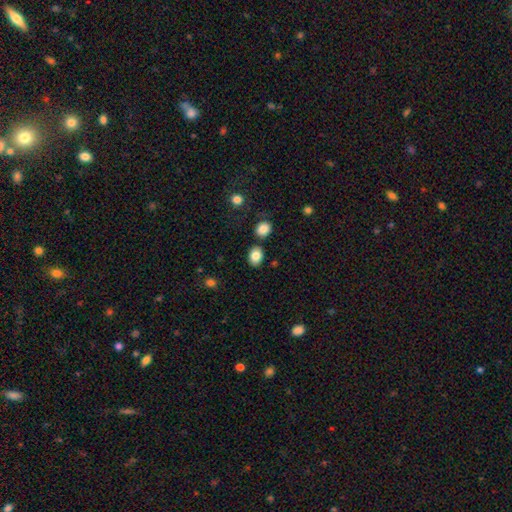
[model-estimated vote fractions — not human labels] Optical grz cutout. It shows a smooth galaxy with no disk features (85%) that is in between round and cigar-shaped (65%). Merging: none (79%).